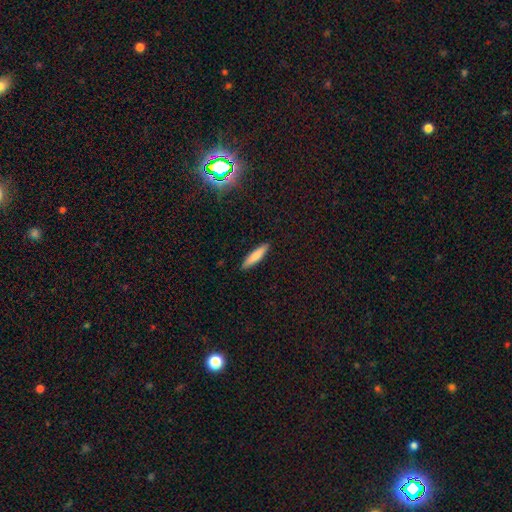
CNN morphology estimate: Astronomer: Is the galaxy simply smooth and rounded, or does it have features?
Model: smooth — 78%.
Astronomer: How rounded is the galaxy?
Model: cigar-shaped — 82%.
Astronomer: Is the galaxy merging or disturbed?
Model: none — 91%.